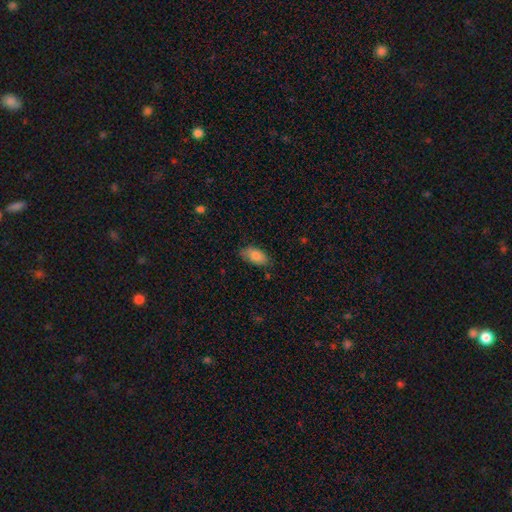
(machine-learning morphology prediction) Q: Smooth or featured?
A: smooth (82%); runner-up: featured or disk (11%)
Q: How rounded?
A: in between (92%); runner-up: cigar-shaped (5%)
Q: Merging?
A: none (77%); runner-up: minor disturbance (19%)